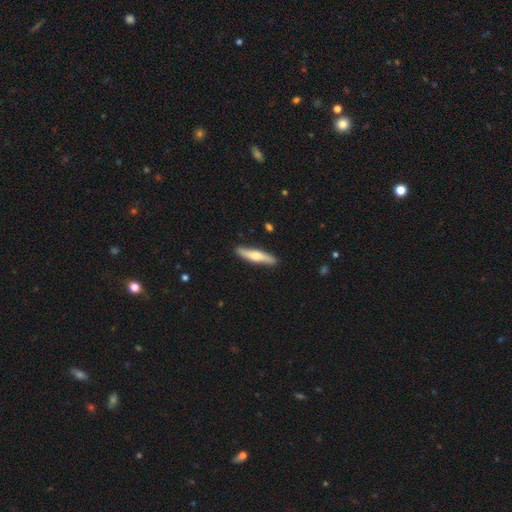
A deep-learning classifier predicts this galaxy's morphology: Overall: smooth (51%; featured or disk 45%). How rounded: cigar-shaped (87%). Merging: none (89%).